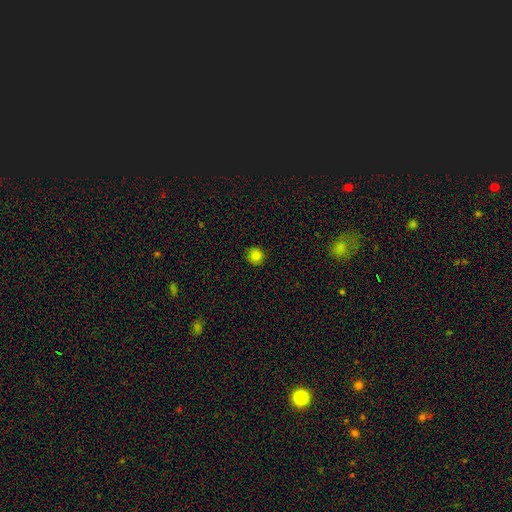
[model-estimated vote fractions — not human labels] Smooth or featured?
  - smooth: 83% *
  - star or artifact: 13%
  - featured or disk: 5%
How rounded?
  - round: 93% *
  - in between: 6%
  - cigar-shaped: 1%
Merging?
  - none: 90% *
  - minor disturbance: 7%
  - major disturbance: 2%
  - merger: 1%